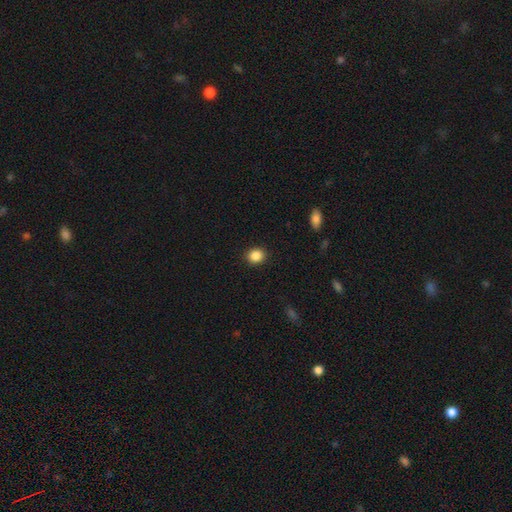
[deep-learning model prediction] A smooth galaxy with no disk features (87%) that is round (73%). Merging: none (91%).